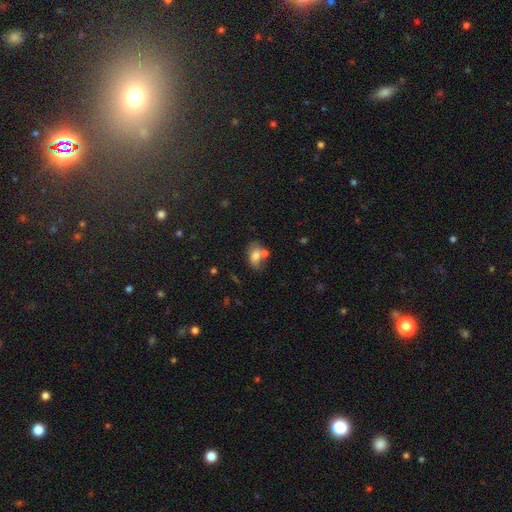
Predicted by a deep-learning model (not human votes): A smooth galaxy with no disk features (72%) that is in between round and cigar-shaped (80%). Merging: none (46%).